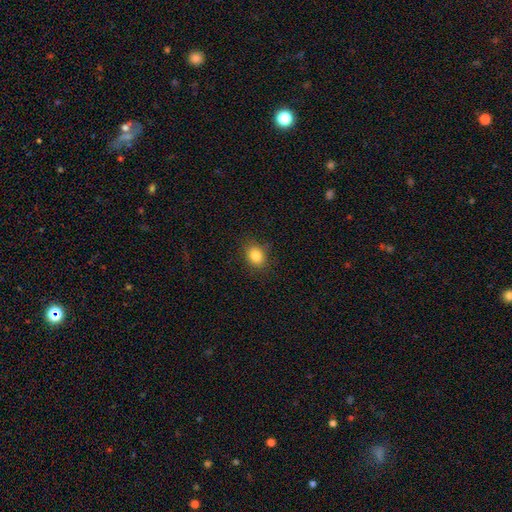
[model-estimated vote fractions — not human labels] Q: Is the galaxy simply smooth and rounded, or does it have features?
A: smooth — 84%.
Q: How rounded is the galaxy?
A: in between — 54%.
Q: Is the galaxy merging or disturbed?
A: none — 84%.